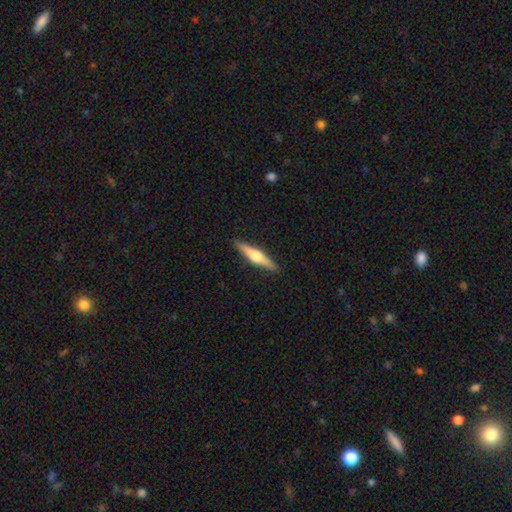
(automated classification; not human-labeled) The model was most divided on "smooth or featured": featured or disk: 60%, smooth: 34%, star or artifact: 5%. More confident: edge-on disk — yes (97%); merging — none (91%); edge-on bulge — rounded (90%).